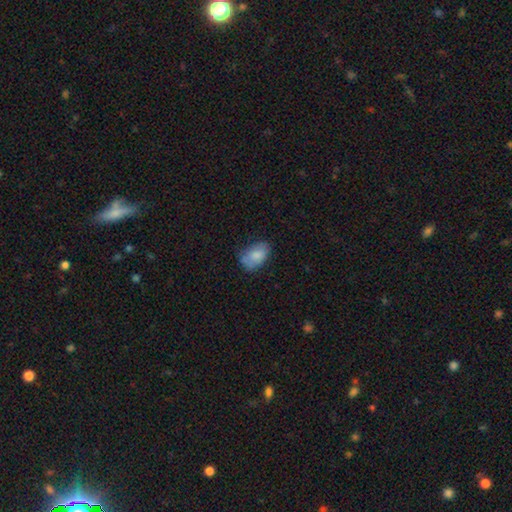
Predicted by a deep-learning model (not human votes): smooth 78%, featured or disk 14%, star or artifact 7%. Down the decision tree: how rounded — in between (89%); merging — none (62%).